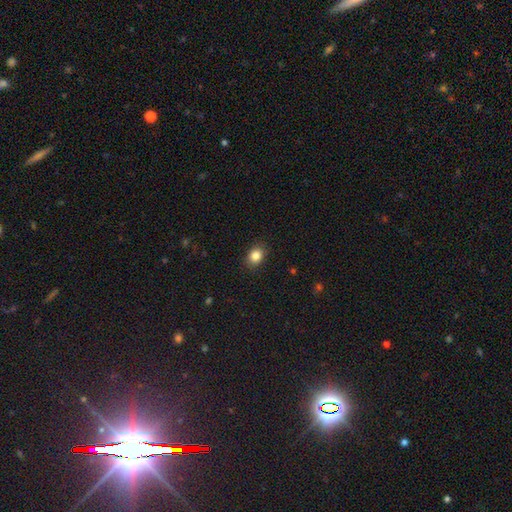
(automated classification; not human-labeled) Smooth or featured?
  - smooth: 85% *
  - star or artifact: 10%
  - featured or disk: 5%
How rounded?
  - in between: 55% *
  - round: 45%
  - cigar-shaped: 1%
Merging?
  - none: 88% *
  - minor disturbance: 9%
  - major disturbance: 2%
  - merger: 1%